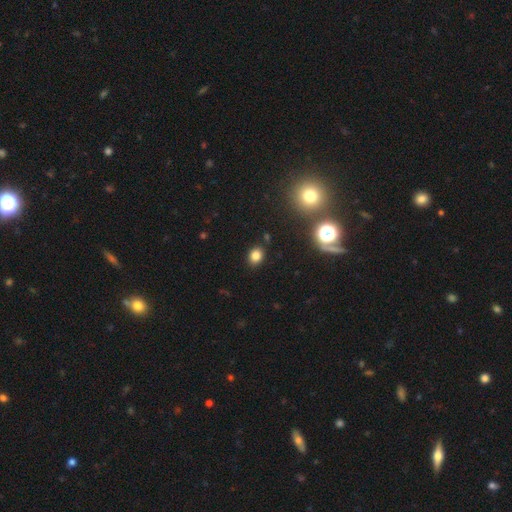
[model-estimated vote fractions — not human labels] Q: Smooth or featured?
A: smooth (80%); runner-up: star or artifact (14%)
Q: How rounded?
A: in between (51%); runner-up: round (48%)
Q: Merging?
A: none (87%); runner-up: minor disturbance (9%)